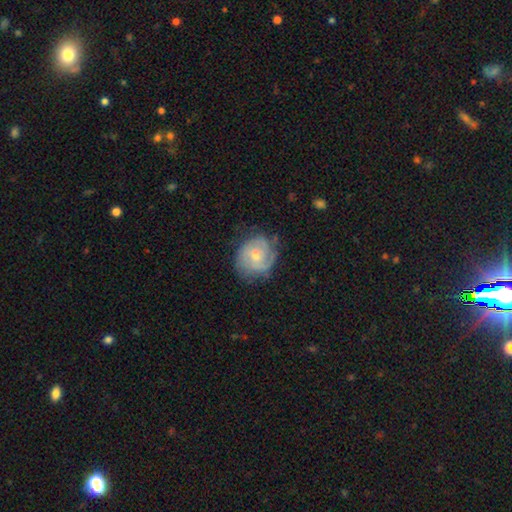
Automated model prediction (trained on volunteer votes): Smooth or featured? featured or disk (67%)
Edge-on disk? no (98%)
Bar? no (55%)
Spiral arms? yes (88%)
Spiral winding? tight (54%)
Spiral arm count? 2 (39%)
Bulge size? small (53%)
Merging? none (64%)